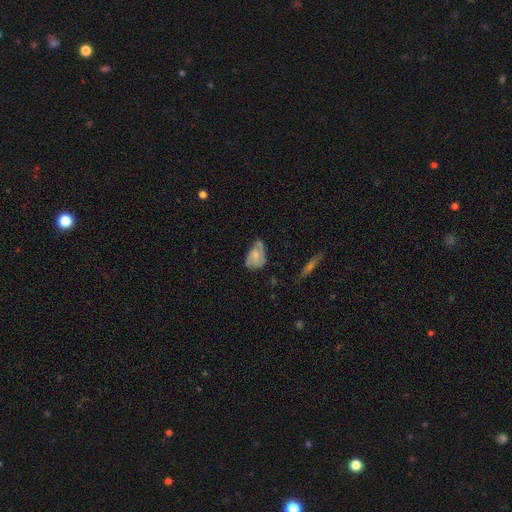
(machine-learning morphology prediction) smooth 51%, featured or disk 41%, star or artifact 8%. Down the decision tree: how rounded — in between (84%); merging — none (42%).